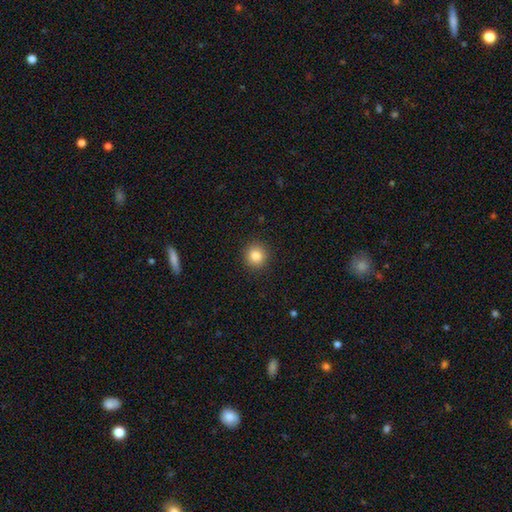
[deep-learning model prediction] Smooth or featured? smooth (84%)
How rounded? round (93%)
Merging? none (92%)